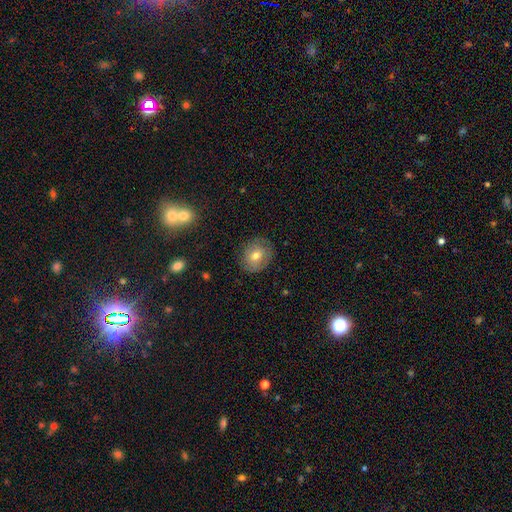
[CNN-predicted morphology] Smooth or featured: smooth — 63% (featured or disk — 27%)
How rounded: round — 65% (in between — 34%)
Merging: none — 81% (minor disturbance — 14%)